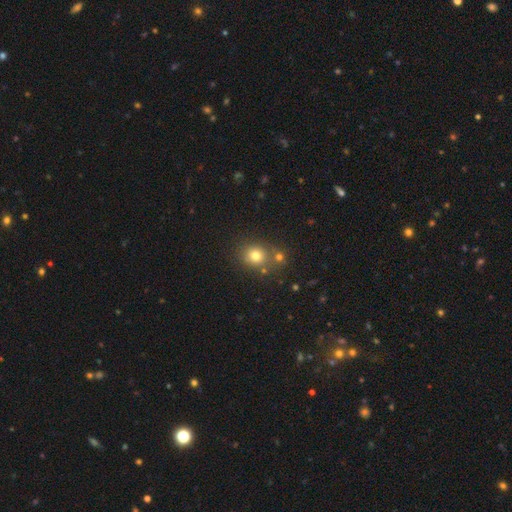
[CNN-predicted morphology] A smooth galaxy with no disk features (76%) that is round (76%). Merging: none (68%).